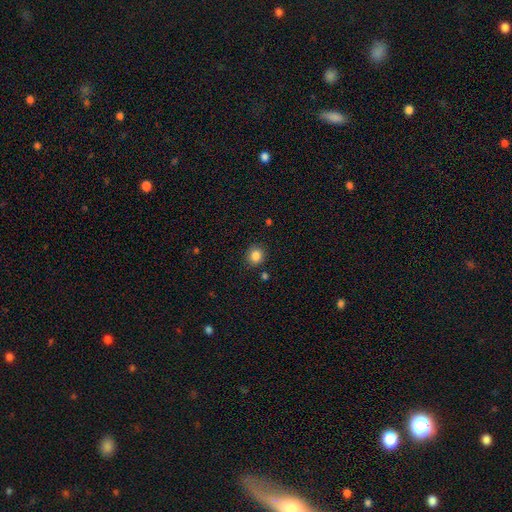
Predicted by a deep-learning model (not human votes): smooth 85%, star or artifact 11%, featured or disk 5%. Down the decision tree: how rounded — round (81%); merging — none (87%).